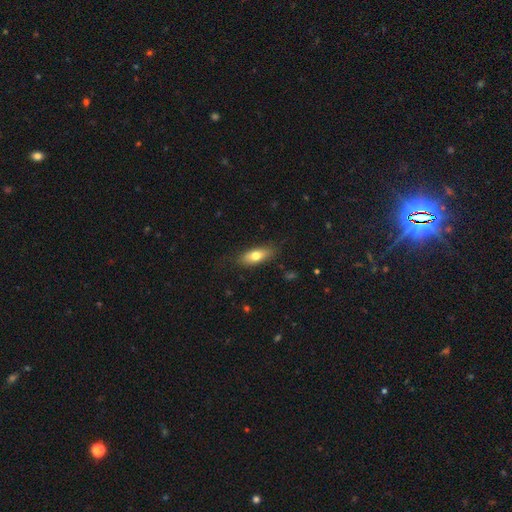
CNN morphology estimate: A smooth galaxy with no disk features (71%) that is in between round and cigar-shaped (75%).

Vote fractions:
- Smooth or featured? smooth: 71% / featured or disk: 22% / star or artifact: 7%
- How rounded? in between: 75% / cigar-shaped: 21% / round: 4%
- Merging? none: 80% / minor disturbance: 15% / major disturbance: 4% / merger: 1%